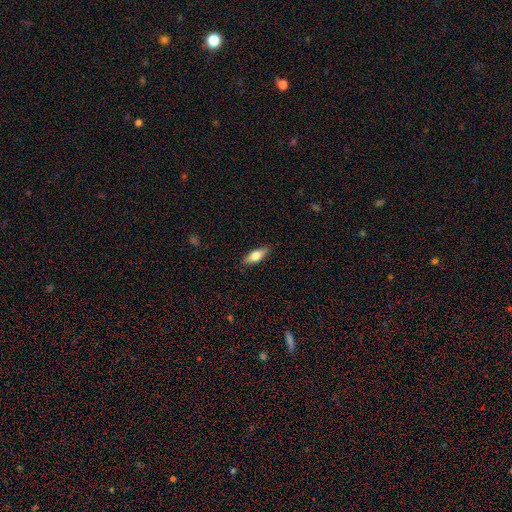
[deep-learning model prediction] smooth-or-featured: smooth: 61% | featured or disk: 33% | star or artifact: 6%
  how-rounded: in between: 62% | cigar-shaped: 35% | round: 3%
  merging: none: 86% | minor disturbance: 10% | major disturbance: 2% | merger: 1%